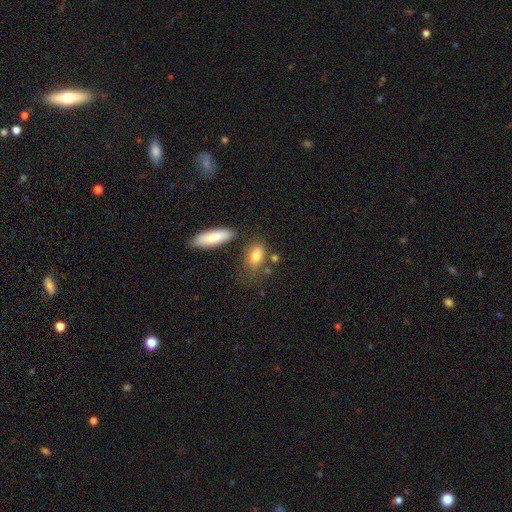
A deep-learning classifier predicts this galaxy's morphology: A smooth galaxy with no disk features (80%) that is in between round and cigar-shaped (81%).

Vote fractions:
- Smooth or featured? smooth: 80% / featured or disk: 13% / star or artifact: 8%
- How rounded? in between: 81% / round: 10% / cigar-shaped: 9%
- Merging? none: 61% / minor disturbance: 20% / merger: 12% / major disturbance: 7%